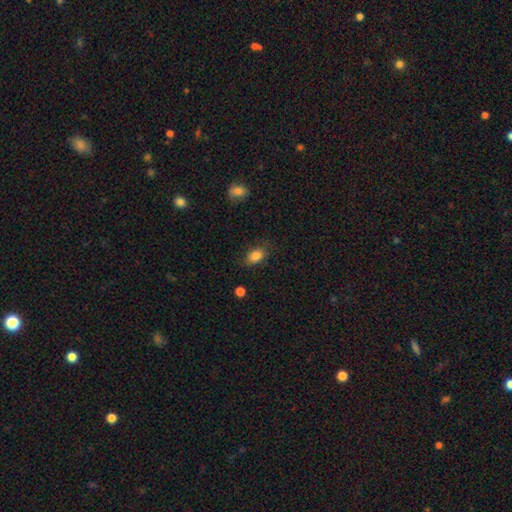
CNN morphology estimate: Smooth or featured?
  - smooth: 85% *
  - star or artifact: 9%
  - featured or disk: 6%
How rounded?
  - in between: 79% *
  - round: 20%
  - cigar-shaped: 2%
Merging?
  - none: 77% *
  - minor disturbance: 17%
  - major disturbance: 4%
  - merger: 2%